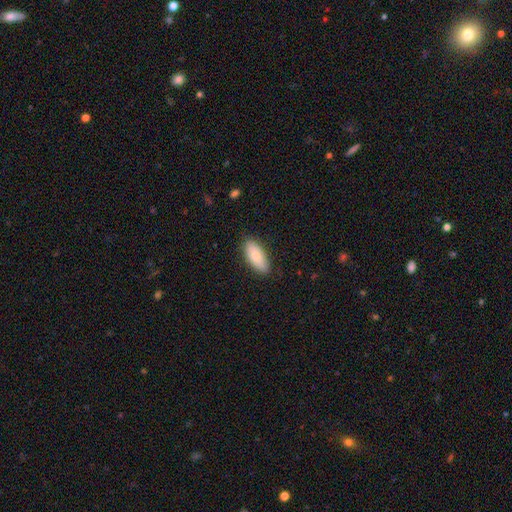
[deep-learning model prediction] smooth 81%, featured or disk 13%, star or artifact 6%. Down the decision tree: how rounded — in between (84%); merging — none (85%).